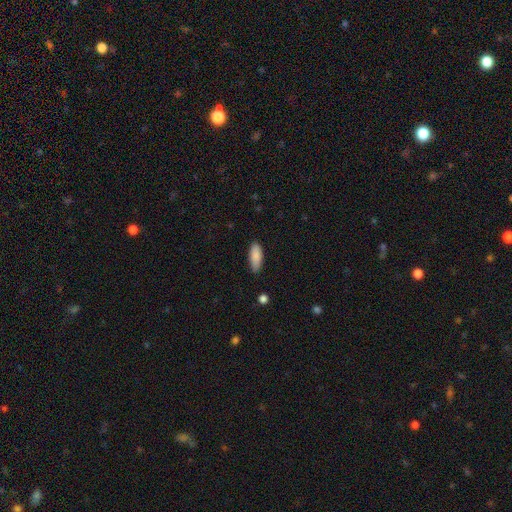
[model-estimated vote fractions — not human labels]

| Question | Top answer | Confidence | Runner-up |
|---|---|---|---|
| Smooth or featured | smooth | 88% | star or artifact (6%) |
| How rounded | in between | 73% | cigar-shaped (25%) |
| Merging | none | 84% | minor disturbance (12%) |